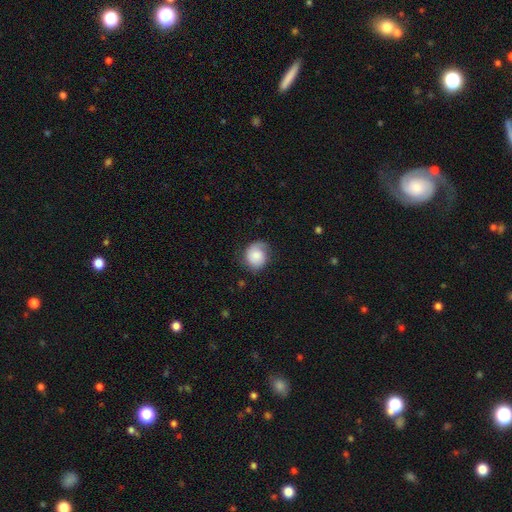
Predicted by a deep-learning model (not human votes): This appears to be a smooth galaxy with no disk features (67%) that is round (71%). Merging: none (62%).